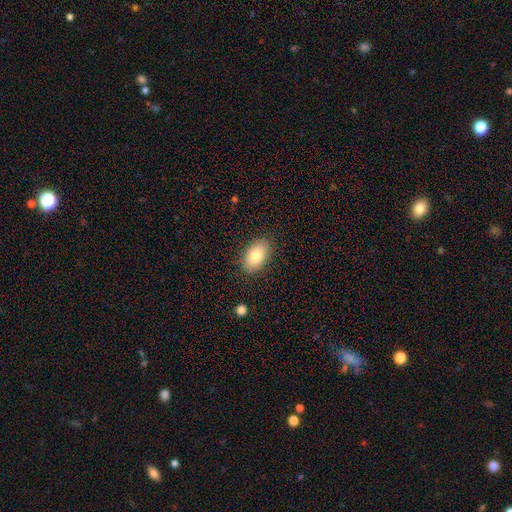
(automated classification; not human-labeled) smooth-or-featured: smooth: 81% | featured or disk: 12% | star or artifact: 7%
  how-rounded: in between: 91% | round: 7% | cigar-shaped: 2%
  merging: none: 86% | minor disturbance: 11% | major disturbance: 3% | merger: 1%